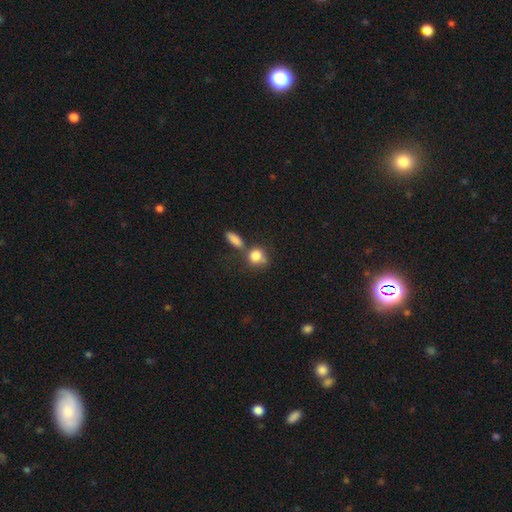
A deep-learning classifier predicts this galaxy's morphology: This appears to be a smooth galaxy with no disk features (81%) that is round (66%). Merging: none (47%).